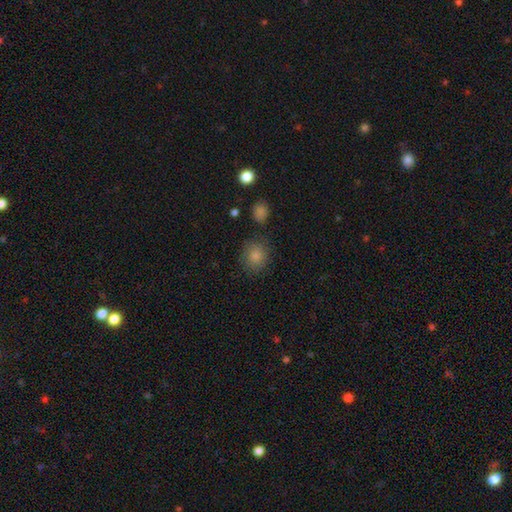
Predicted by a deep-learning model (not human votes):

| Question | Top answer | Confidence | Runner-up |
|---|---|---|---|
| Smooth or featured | smooth | 83% | star or artifact (10%) |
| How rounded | round | 81% | in between (18%) |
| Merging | none | 80% | minor disturbance (12%) |